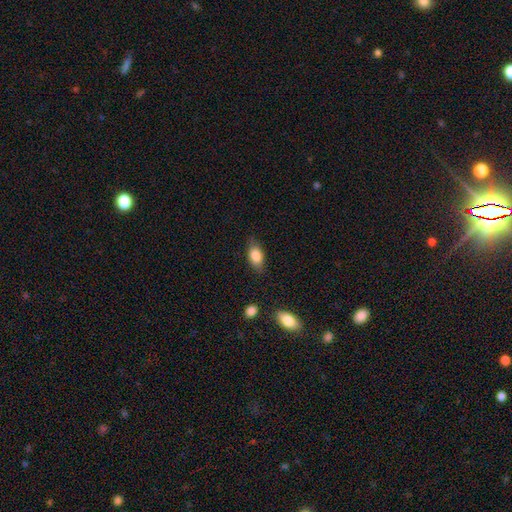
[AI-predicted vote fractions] smooth 84%, featured or disk 9%, star or artifact 7%. Down the decision tree: how rounded — in between (86%); merging — none (77%).